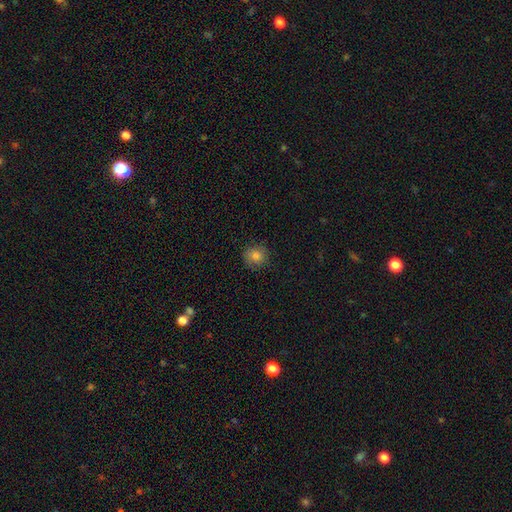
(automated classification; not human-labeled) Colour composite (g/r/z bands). It shows a smooth galaxy with no disk features (80%) that is round (90%). Merging: none (86%).